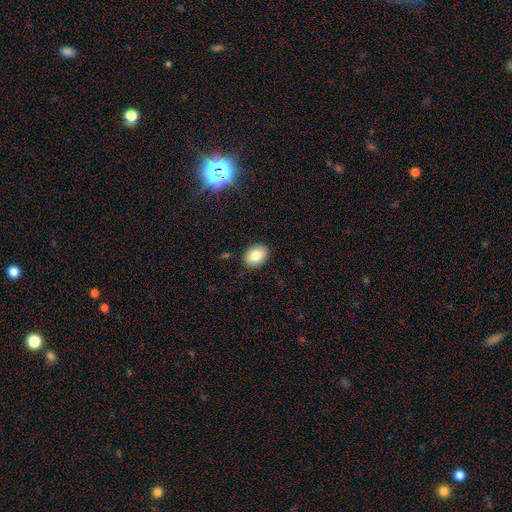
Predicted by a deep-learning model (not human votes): A smooth galaxy with no disk features (81%) that is in between round and cigar-shaped (66%). Merging: none (88%).